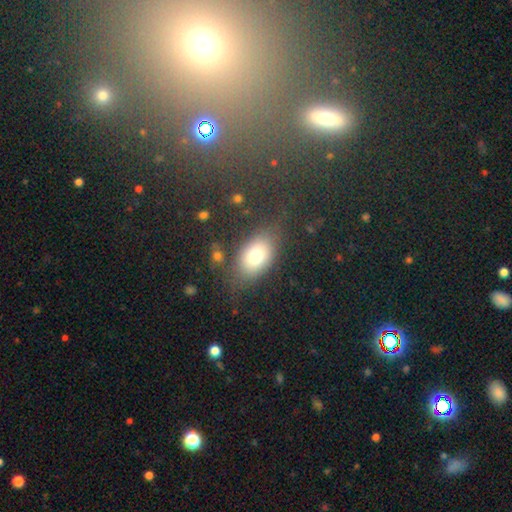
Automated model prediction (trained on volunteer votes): A smooth galaxy with no disk features (78%) that is in between round and cigar-shaped (85%).

Vote fractions:
- Smooth or featured? smooth: 78% / featured or disk: 13% / star or artifact: 10%
- How rounded? in between: 85% / round: 13% / cigar-shaped: 2%
- Merging? none: 72% / minor disturbance: 17% / major disturbance: 7% / merger: 4%